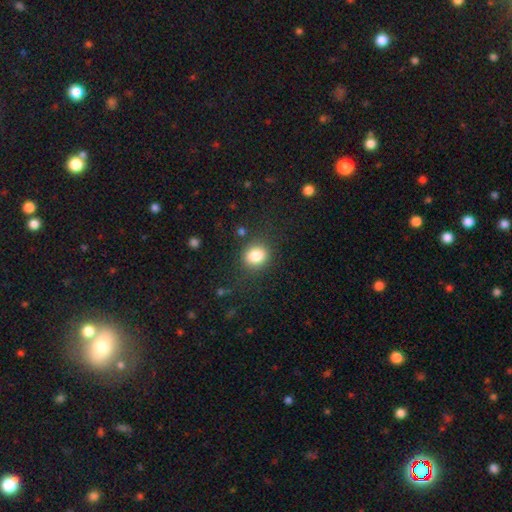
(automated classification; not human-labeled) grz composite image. It shows a smooth galaxy with no disk features (83%) that is round (72%). Merging: none (83%).